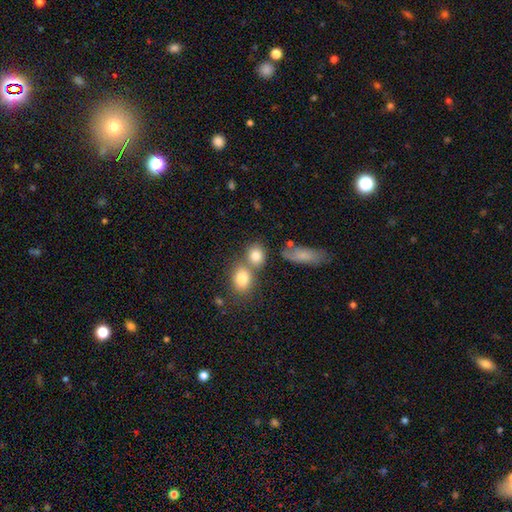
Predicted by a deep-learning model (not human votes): Smooth or featured? smooth (81%)
How rounded? round (65%)
Merging? none (51%)